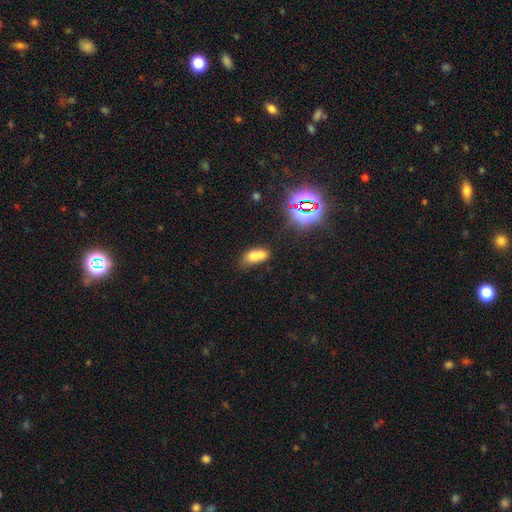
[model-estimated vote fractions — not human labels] A smooth galaxy with no disk features (65%) that is in between round and cigar-shaped (76%). Merging: merger (54%).